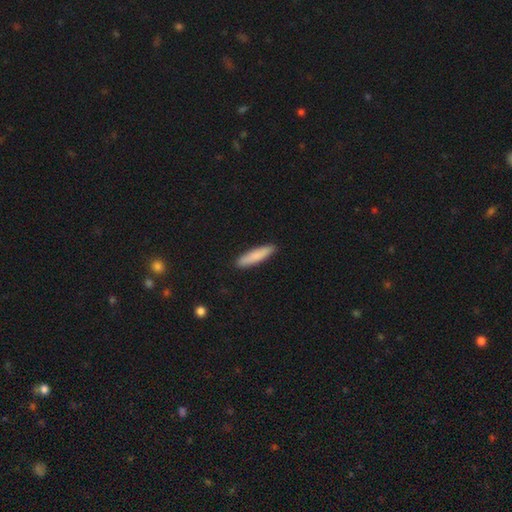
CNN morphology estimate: This appears to be a smooth galaxy with no disk features (84%) that is cigar-shaped (83%). Merging: none (91%).